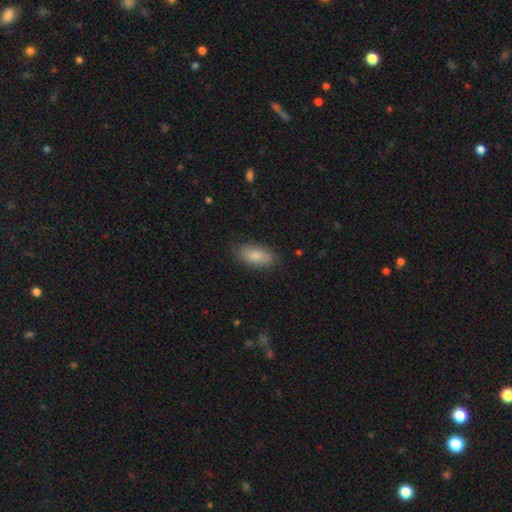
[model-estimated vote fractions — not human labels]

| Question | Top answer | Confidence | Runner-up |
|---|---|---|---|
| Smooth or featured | smooth | 83% | featured or disk (10%) |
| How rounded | in between | 89% | cigar-shaped (8%) |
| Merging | none | 82% | minor disturbance (14%) |